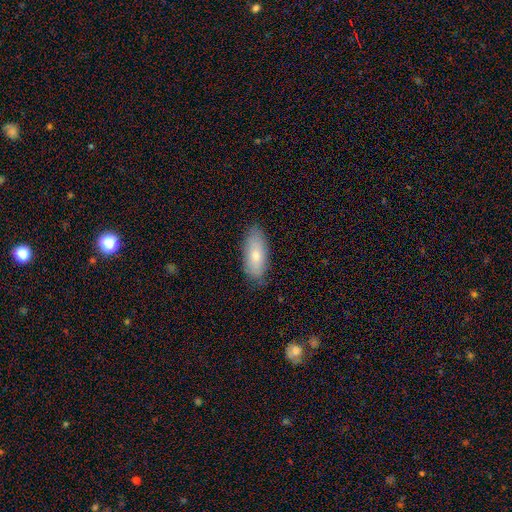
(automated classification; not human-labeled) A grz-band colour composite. It shows a smooth galaxy with no disk features (73%) that is in between round and cigar-shaped (84%). Merging: none (80%).